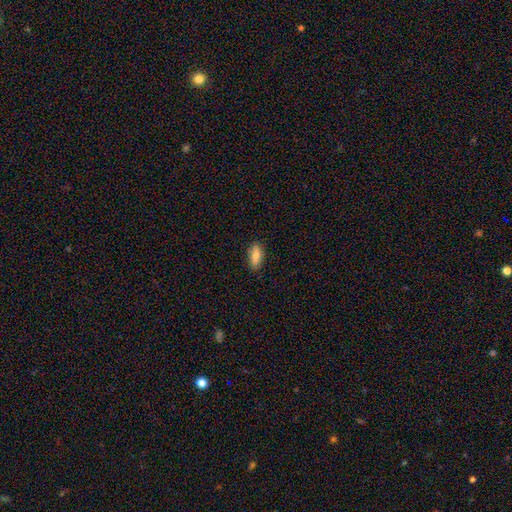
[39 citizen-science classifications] Smooth or featured?
  - smooth: 90% *
  - featured or disk: 8%
  - star or artifact: 3%
How rounded?
  - in between: 71% *
  - cigar-shaped: 26%
  - round: 3%
Merging?
  - none: 95% *
  - major disturbance: 5%
  - minor disturbance: 0%
  - merger: 0%